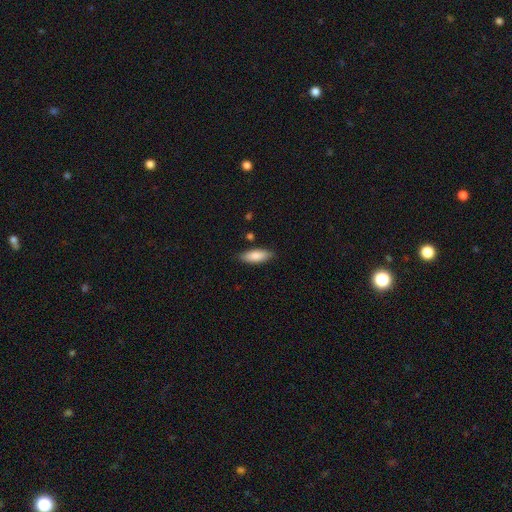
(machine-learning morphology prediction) type=smooth (85%); roundness=in between (69%); merging=none (85%).